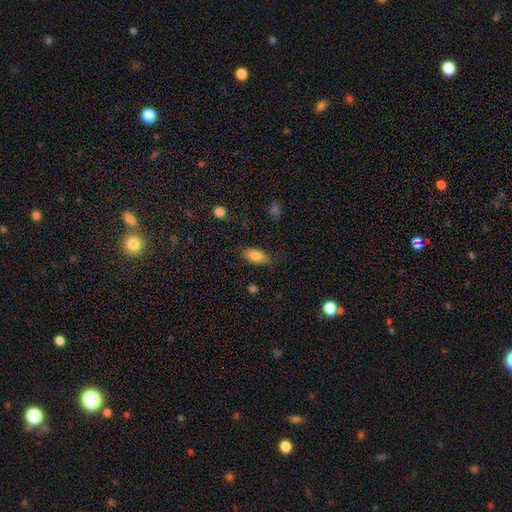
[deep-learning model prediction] Overall: smooth (82%). How rounded: in between (88%). Merging: none (80%).